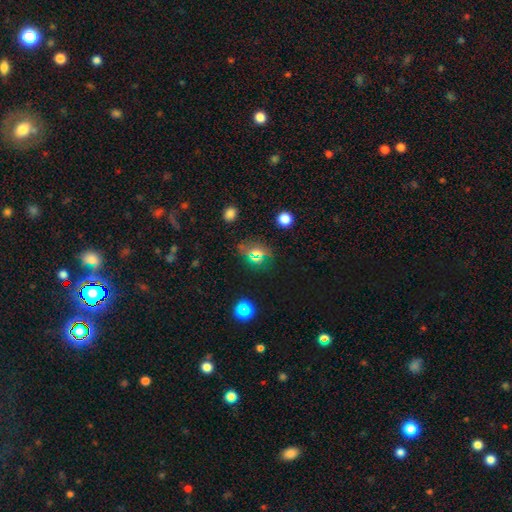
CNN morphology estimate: Overall: star or artifact (49%; smooth 40%).